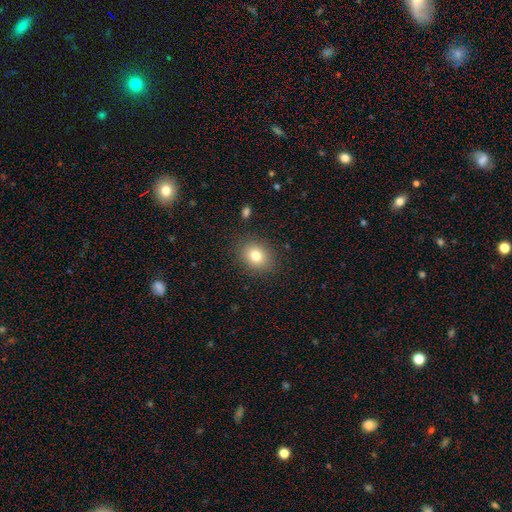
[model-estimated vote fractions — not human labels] Overall: smooth (79%). How rounded: in between (50%; round 49%). Merging: none (87%).